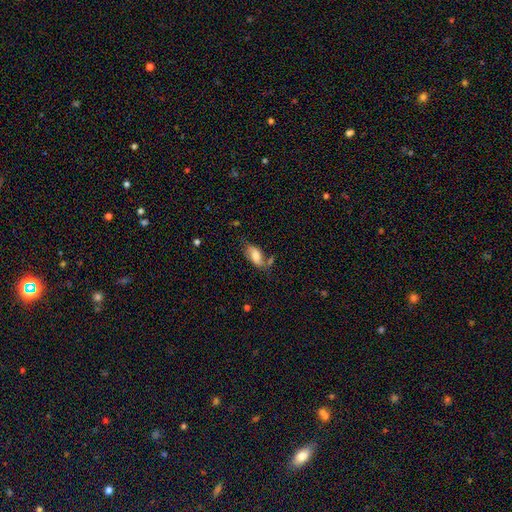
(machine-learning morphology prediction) Smooth or featured? Predicted: smooth (p=0.68). How rounded? Predicted: in between (p=0.89). Merging? Predicted: none (p=0.52).